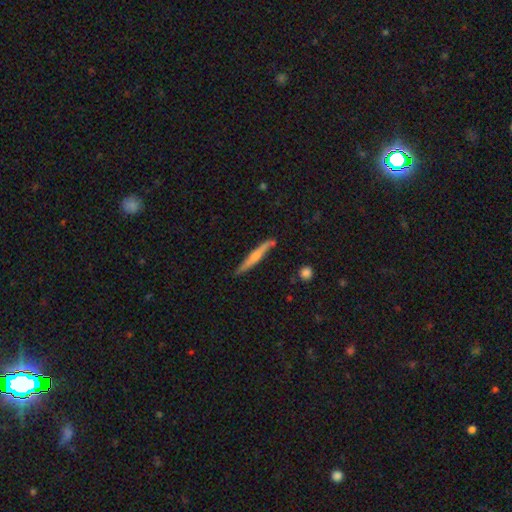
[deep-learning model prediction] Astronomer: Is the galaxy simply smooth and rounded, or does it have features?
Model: smooth — 50% (runner-up: featured or disk, 45%).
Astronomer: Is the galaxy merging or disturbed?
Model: none — 81%.